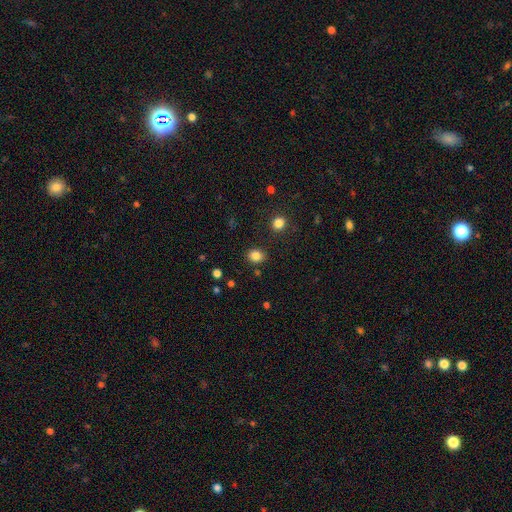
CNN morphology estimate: A smooth galaxy with no disk features (84%) that is round (65%).

Vote fractions:
- Smooth or featured? smooth: 84% / star or artifact: 12% / featured or disk: 5%
- How rounded? round: 65% / in between: 34% / cigar-shaped: 1%
- Merging? none: 86% / minor disturbance: 8% / merger: 3% / major disturbance: 3%